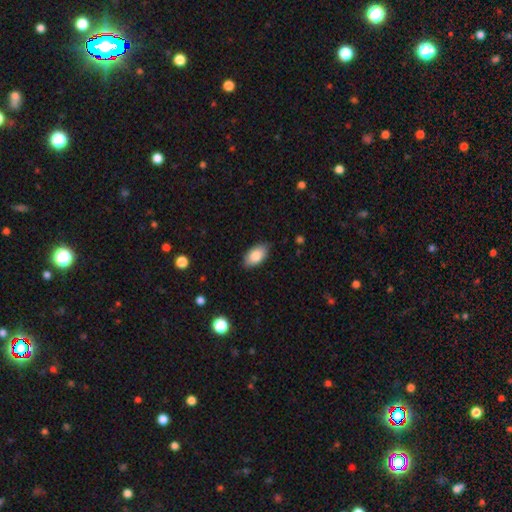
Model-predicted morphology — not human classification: Smooth or featured?
  - smooth: 84% *
  - featured or disk: 9%
  - star or artifact: 7%
How rounded?
  - in between: 94% *
  - round: 4%
  - cigar-shaped: 2%
Merging?
  - none: 83% *
  - minor disturbance: 14%
  - major disturbance: 2%
  - merger: 1%